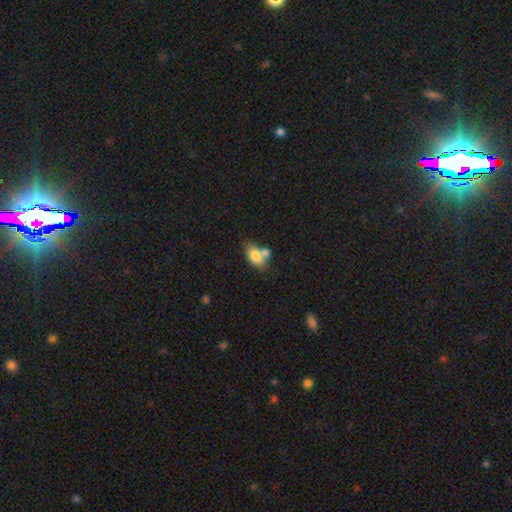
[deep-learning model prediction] Smooth or featured? smooth (78%)
How rounded? in between (84%)
Merging? none (41%)